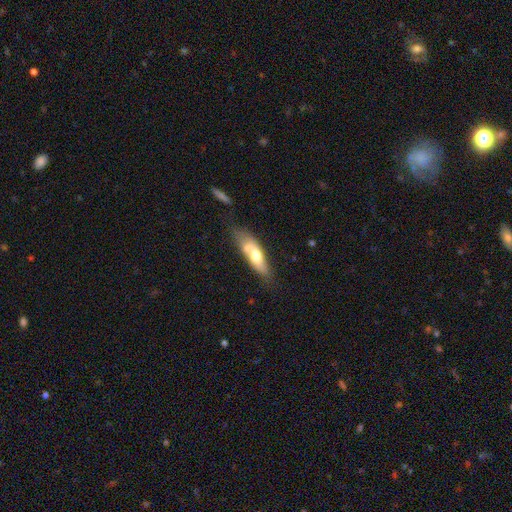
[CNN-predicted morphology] Overall: smooth (56%; featured or disk 38%). How rounded: in between (56%; cigar-shaped 41%). Merging: none (43%; merger 28%).